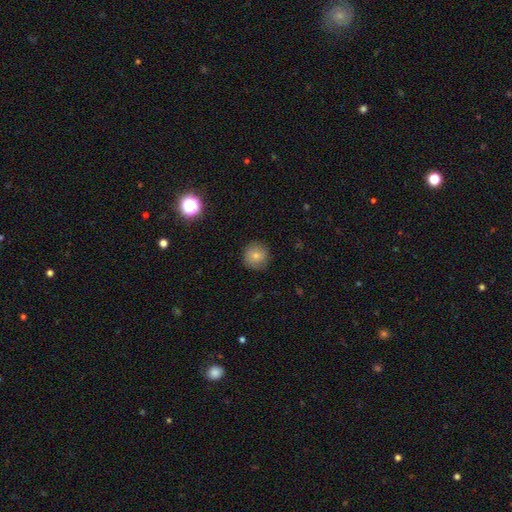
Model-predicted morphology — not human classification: smooth_or_featured: smooth (p=0.77) [alt: featured or disk p=0.12]
how_rounded: round (p=0.94) [alt: in between p=0.05]
merging: none (p=0.86) [alt: minor disturbance p=0.10]